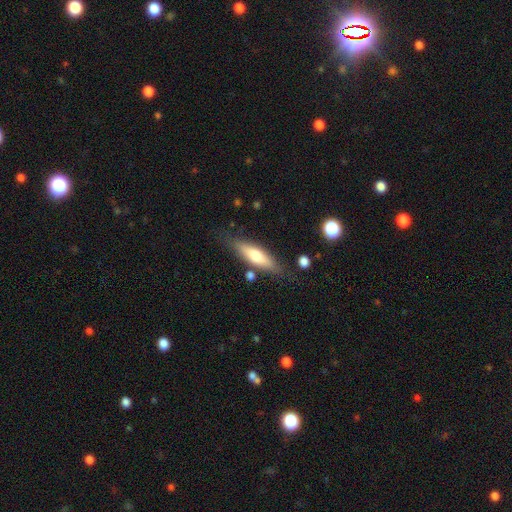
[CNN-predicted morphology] Smooth or featured?
  - smooth: 58% *
  - featured or disk: 35%
  - star or artifact: 6%
How rounded?
  - cigar-shaped: 61% *
  - in between: 37%
  - round: 2%
Merging?
  - none: 76% *
  - minor disturbance: 15%
  - merger: 4%
  - major disturbance: 4%